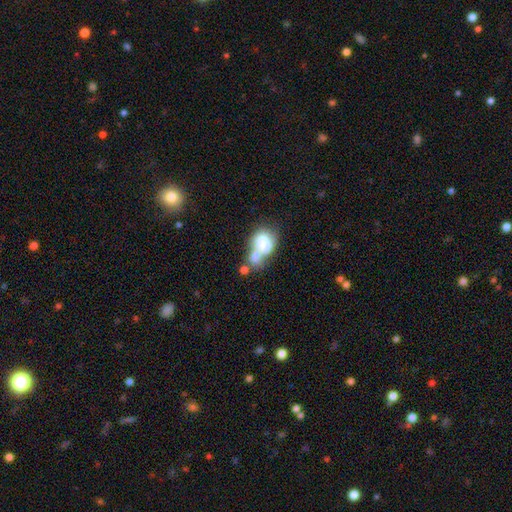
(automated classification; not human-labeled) A smooth galaxy with no disk features (59%) that is in between round and cigar-shaped (66%).

Vote fractions:
- Smooth or featured? smooth: 59% / featured or disk: 31% / star or artifact: 10%
- How rounded? in between: 66% / round: 32% / cigar-shaped: 2%
- Merging? merger: 64% / none: 15% / major disturbance: 12% / minor disturbance: 9%